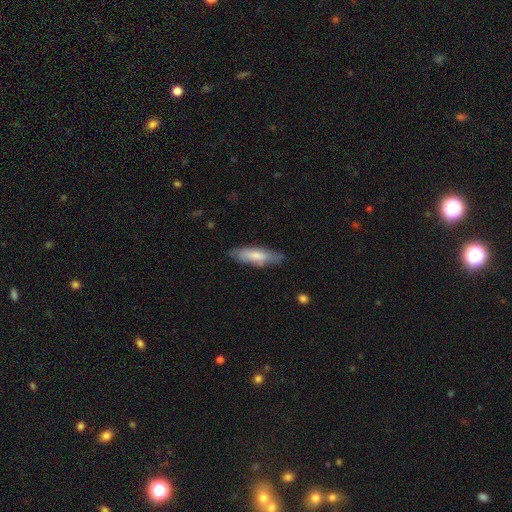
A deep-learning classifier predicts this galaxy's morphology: smooth_or_featured: smooth (p=0.71) [alt: featured or disk p=0.24]
how_rounded: cigar-shaped (p=0.53) [alt: in between p=0.46]
merging: none (p=0.75) [alt: minor disturbance p=0.20]